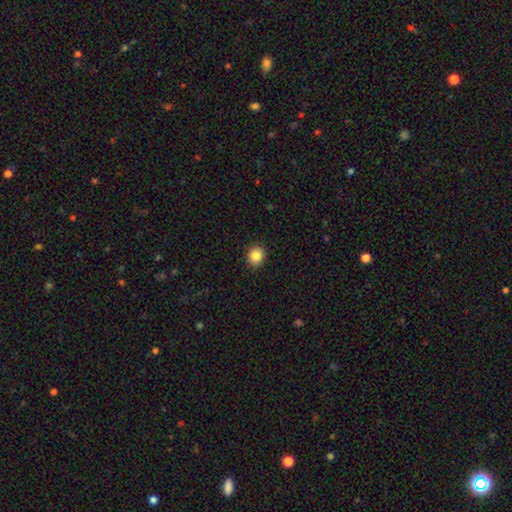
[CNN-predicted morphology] smooth_or_featured: smooth (p=0.86) [alt: star or artifact p=0.10]
how_rounded: round (p=0.84) [alt: in between p=0.15]
merging: none (p=0.91) [alt: minor disturbance p=0.06]